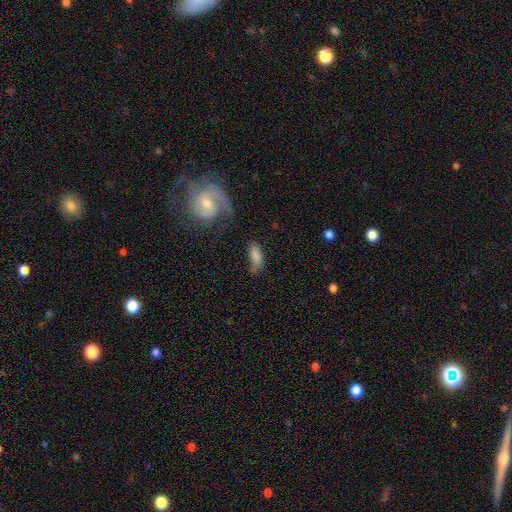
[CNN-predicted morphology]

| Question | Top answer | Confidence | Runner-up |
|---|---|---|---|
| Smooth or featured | smooth | 74% | featured or disk (17%) |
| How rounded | in between | 79% | cigar-shaped (18%) |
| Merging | none | 41% | minor disturbance (28%) |